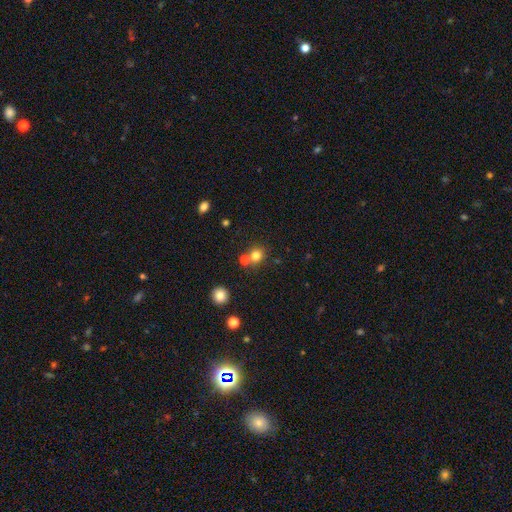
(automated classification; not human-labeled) Smooth or featured? Predicted: smooth (p=0.78). How rounded? Predicted: round (p=0.83). Merging? Predicted: none (p=0.63).